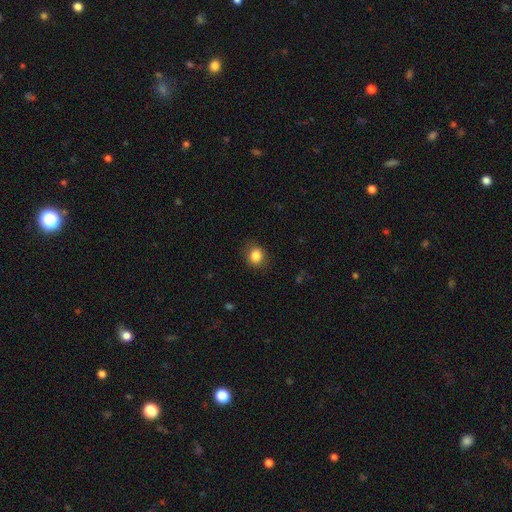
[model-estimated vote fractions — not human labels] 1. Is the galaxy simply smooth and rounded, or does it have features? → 85% smooth, 10% star or artifact, 5% featured or disk.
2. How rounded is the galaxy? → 65% round, 34% in between, 1% cigar-shaped.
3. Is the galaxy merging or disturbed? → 82% none, 13% minor disturbance, 4% major disturbance, 1% merger.